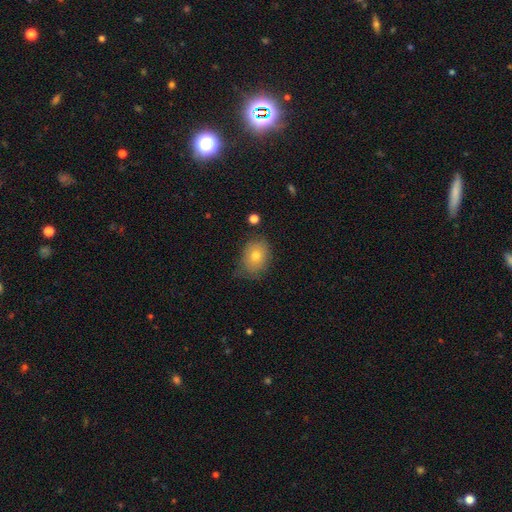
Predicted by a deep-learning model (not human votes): This is likely a smooth galaxy (73%). How rounded: possibly in between (57%). Merging: likely none (69%).